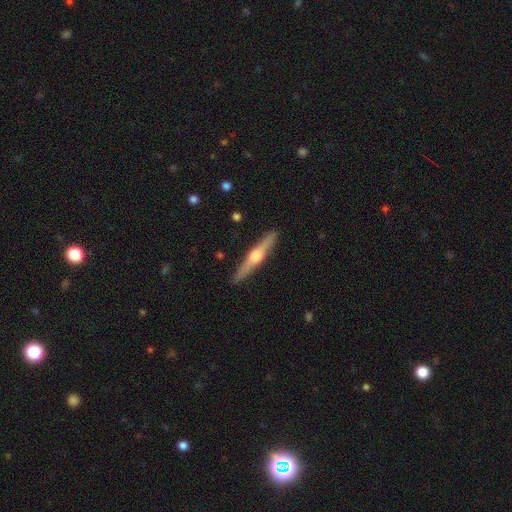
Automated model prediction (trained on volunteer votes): smooth_or_featured: featured or disk (p=0.75) [alt: smooth p=0.20]
disk_edge_on: yes (p=0.98) [alt: no p=0.02]
edge_on_bulge: rounded (p=0.92) [alt: boxy p=0.05]
merging: none (p=0.91) [alt: minor disturbance p=0.06]